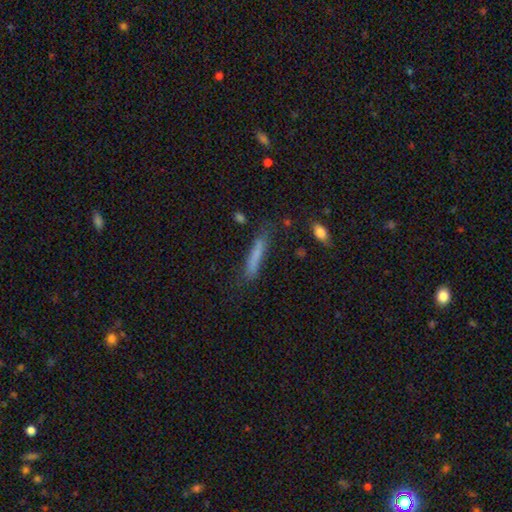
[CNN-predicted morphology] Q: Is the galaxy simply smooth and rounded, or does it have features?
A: smooth — 73%.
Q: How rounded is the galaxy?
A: cigar-shaped — 91%.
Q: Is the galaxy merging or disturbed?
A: none — 73%.